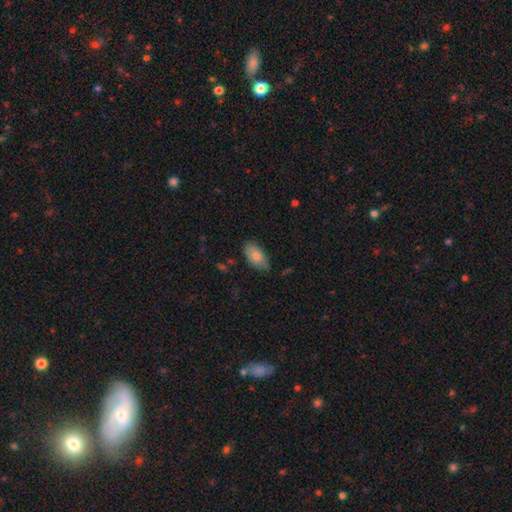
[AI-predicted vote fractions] Smooth or featured? Predicted: smooth (p=0.82). How rounded? Predicted: in between (p=0.93). Merging? Predicted: none (p=0.78).